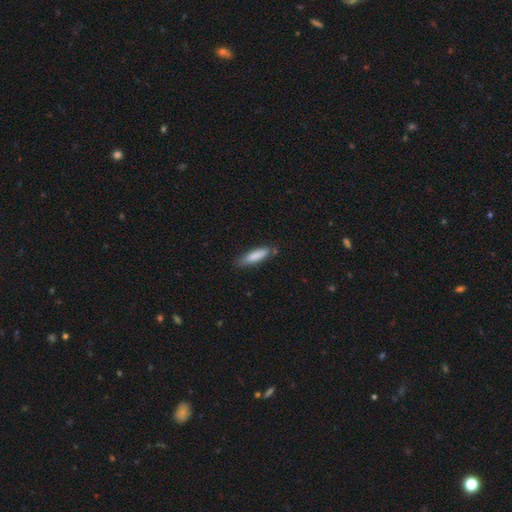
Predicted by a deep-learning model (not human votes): This appears to be a smooth galaxy with no disk features (84%) that is cigar-shaped (69%). Merging: none (73%).